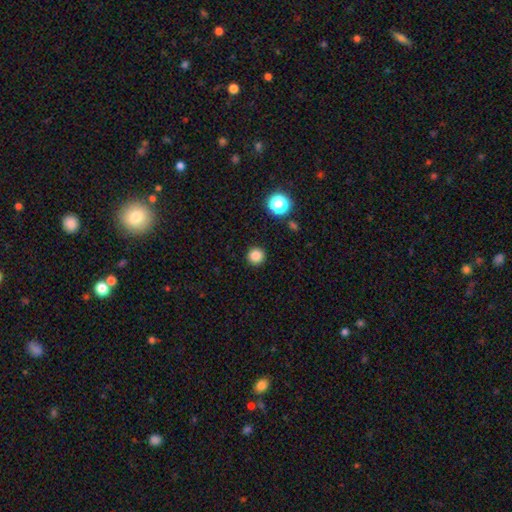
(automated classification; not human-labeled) A smooth galaxy with no disk features (84%) that is round (96%). Merging: none (92%).